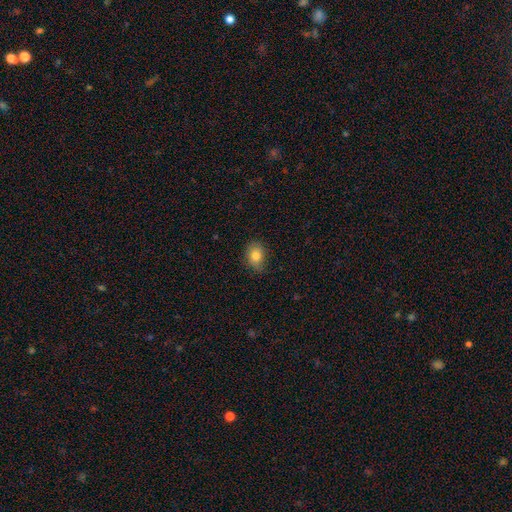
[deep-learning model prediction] Overall: smooth (81%). How rounded: in between (64%; round 34%). Merging: none (75%).